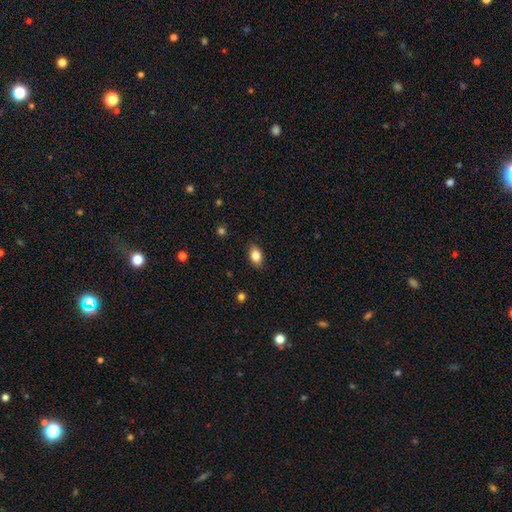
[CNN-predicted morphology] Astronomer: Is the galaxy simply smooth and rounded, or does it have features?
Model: smooth — 83%.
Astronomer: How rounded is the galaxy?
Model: in between — 86%.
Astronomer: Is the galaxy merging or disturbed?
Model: none — 87%.